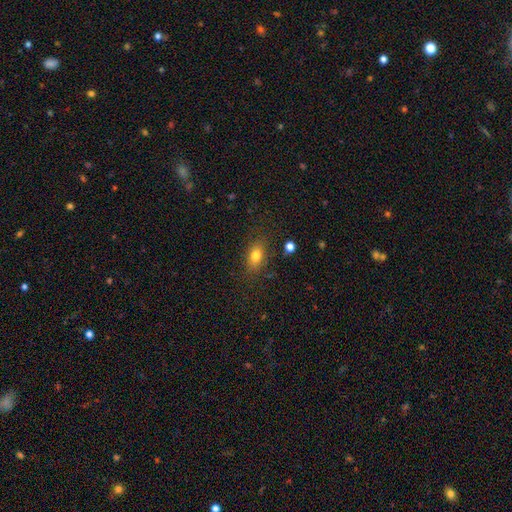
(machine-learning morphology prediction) Q: Smooth or featured?
A: smooth (79%); runner-up: star or artifact (11%)
Q: How rounded?
A: in between (79%); runner-up: round (16%)
Q: Merging?
A: none (79%); runner-up: minor disturbance (14%)